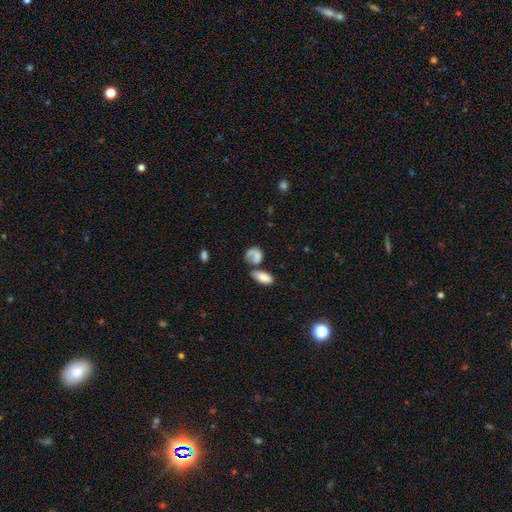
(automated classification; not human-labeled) Morphology: type=smooth (67%); roundness=in between (72%); merging=merger (39%).